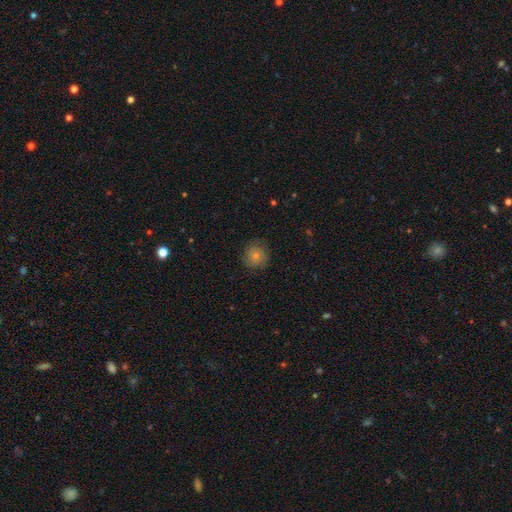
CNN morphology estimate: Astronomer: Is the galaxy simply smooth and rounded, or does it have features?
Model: smooth — 67%.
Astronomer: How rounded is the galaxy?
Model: round — 93%.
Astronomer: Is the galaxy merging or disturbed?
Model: none — 85%.